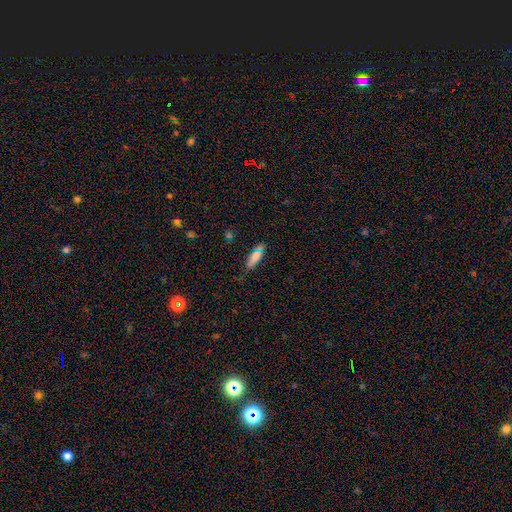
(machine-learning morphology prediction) Smooth or featured: smooth — 79% (featured or disk — 12%)
How rounded: in between — 52% (cigar-shaped — 46%)
Merging: none — 62% (minor disturbance — 24%)